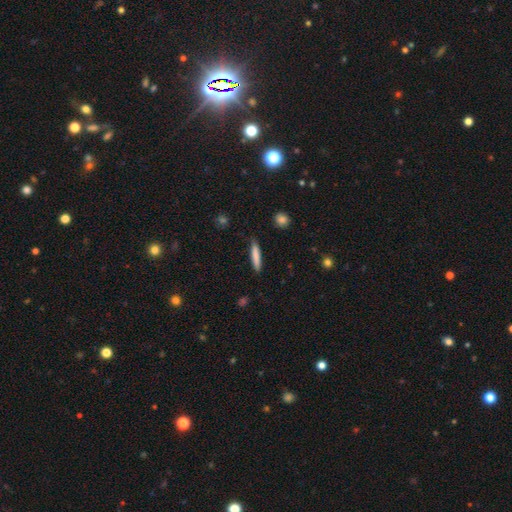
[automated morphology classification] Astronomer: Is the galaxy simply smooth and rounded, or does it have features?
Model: smooth — 81%.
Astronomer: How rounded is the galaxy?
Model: cigar-shaped — 91%.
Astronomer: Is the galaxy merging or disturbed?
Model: none — 86%.